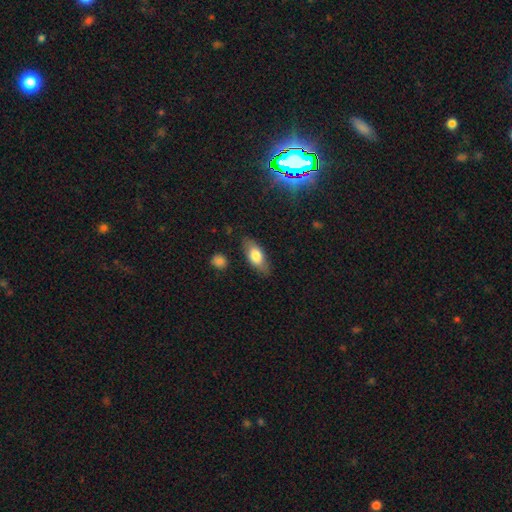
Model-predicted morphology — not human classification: type=smooth (75%); roundness=in between (83%); merging=none (81%).